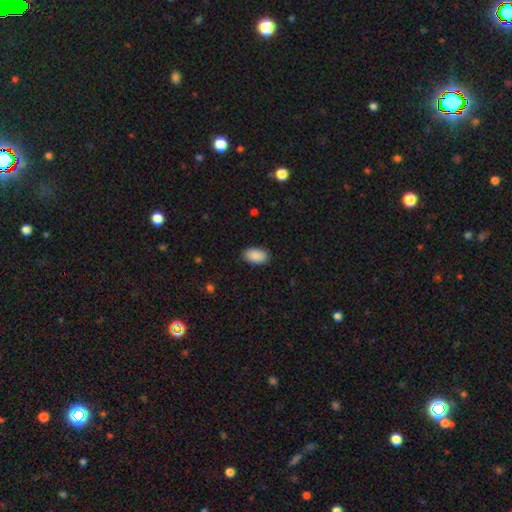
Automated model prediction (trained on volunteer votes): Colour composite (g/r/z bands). It shows a smooth galaxy with no disk features (91%) that is in between round and cigar-shaped (94%). Merging: none (89%).